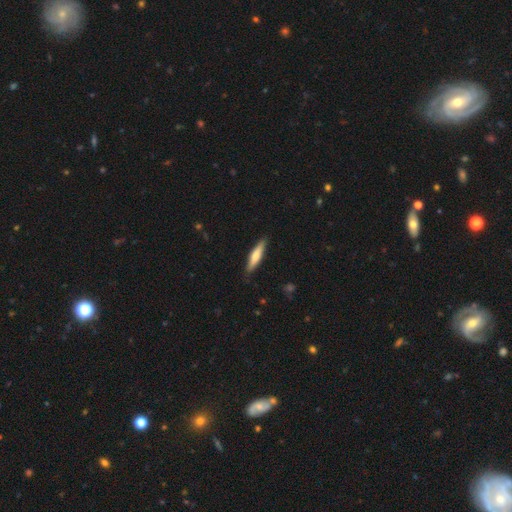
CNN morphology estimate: Q: Smooth or featured?
A: smooth (60%); runner-up: featured or disk (35%)
Q: How rounded?
A: cigar-shaped (81%); runner-up: in between (17%)
Q: Merging?
A: none (87%); runner-up: minor disturbance (10%)